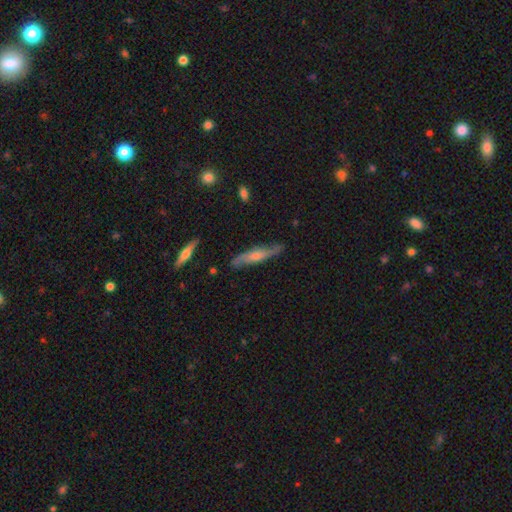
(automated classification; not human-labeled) A featured or disk galaxy (63%) viewed edge-on (61%). Merging: none (78%).